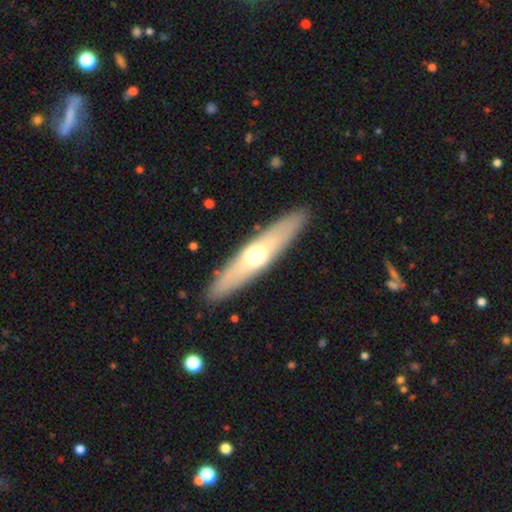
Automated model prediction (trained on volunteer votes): Smooth or featured: featured or disk — 49% (smooth — 46%)
Merging: none — 89% (minor disturbance — 8%)